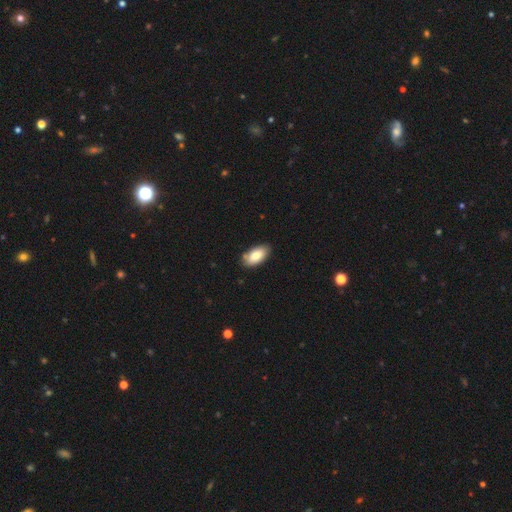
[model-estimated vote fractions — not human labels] Overall: smooth (82%). How rounded: in between (94%). Merging: none (82%).